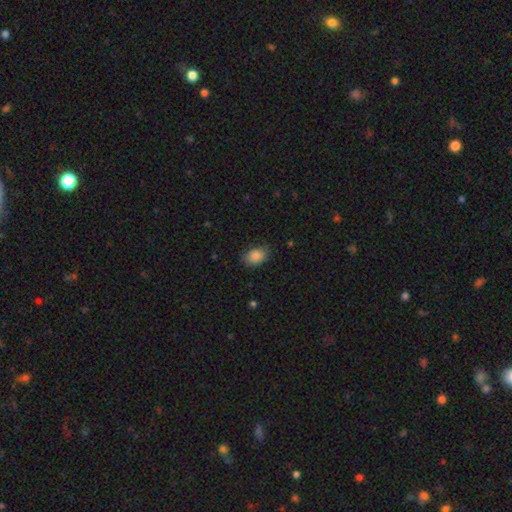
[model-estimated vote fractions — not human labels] Smooth or featured: smooth — 86% (star or artifact — 8%)
How rounded: in between — 81% (round — 18%)
Merging: none — 77% (minor disturbance — 19%)